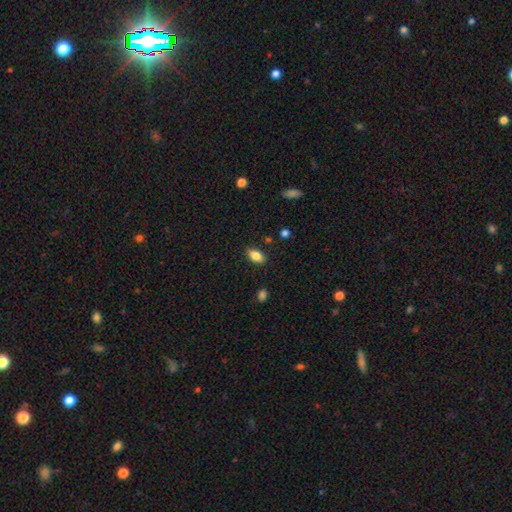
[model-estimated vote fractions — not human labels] The model was most divided on "smooth or featured": smooth: 84%, star or artifact: 8%, featured or disk: 7%. More confident: how rounded — in between (90%); merging — none (86%).